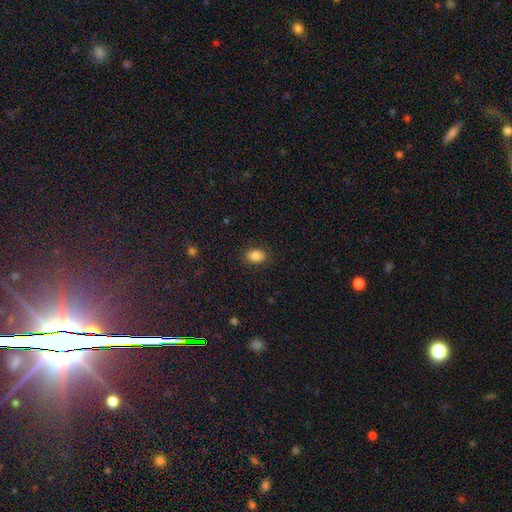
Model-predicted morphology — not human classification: A smooth galaxy with no disk features (85%) that is in between round and cigar-shaped (81%). Merging: none (87%).